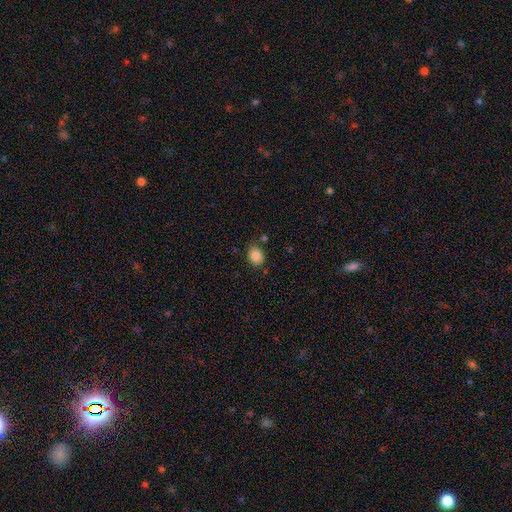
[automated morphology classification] type=smooth (85%); roundness=in between (57%); merging=none (77%).